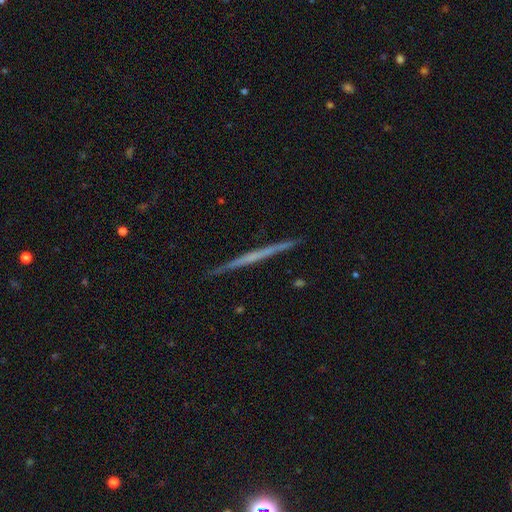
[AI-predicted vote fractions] Overall: featured or disk (63%; smooth 31%). Edge-on disk: yes (98%). Edge-on bulge: none (88%). Merging: none (92%).